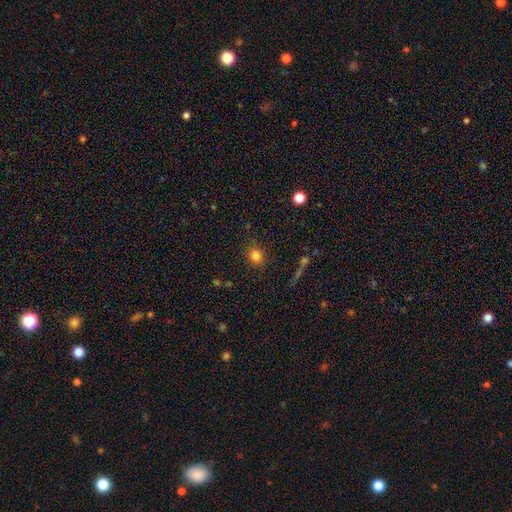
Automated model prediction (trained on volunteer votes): A smooth galaxy with no disk features (82%) that is round (78%).

Vote fractions:
- Smooth or featured? smooth: 82% / star or artifact: 13% / featured or disk: 6%
- How rounded? round: 78% / in between: 21% / cigar-shaped: 1%
- Merging? none: 86% / minor disturbance: 9% / major disturbance: 3% / merger: 2%